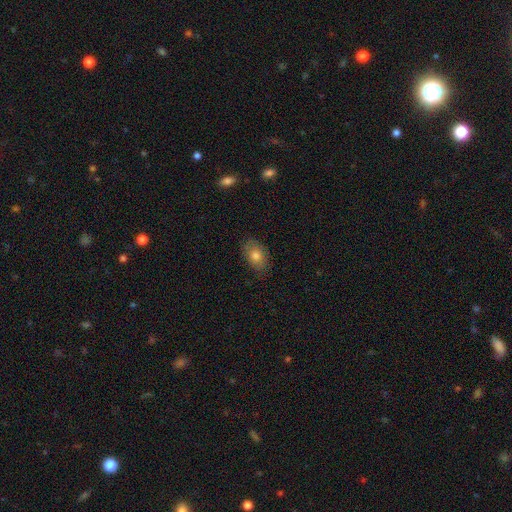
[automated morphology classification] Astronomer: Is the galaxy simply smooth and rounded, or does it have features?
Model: smooth — 79%.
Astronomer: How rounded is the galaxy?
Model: in between — 85%.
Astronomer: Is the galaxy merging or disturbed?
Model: none — 80%.